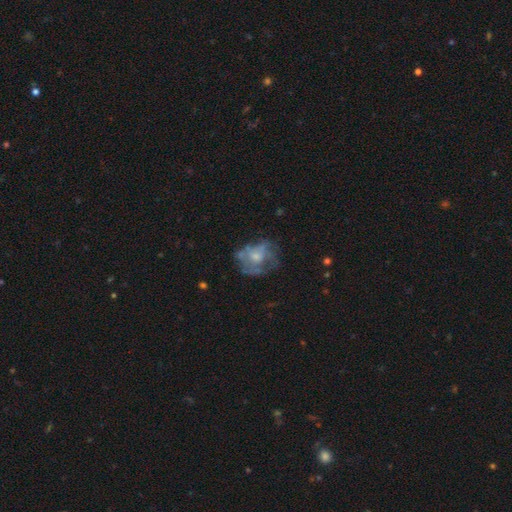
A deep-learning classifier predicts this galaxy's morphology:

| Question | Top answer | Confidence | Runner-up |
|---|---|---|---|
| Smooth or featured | featured or disk | 56% | smooth (34%) |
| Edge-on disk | no | 98% | yes (2%) |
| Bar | no | 85% | weak (13%) |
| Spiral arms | no | 65% | yes (35%) |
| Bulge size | small | 43% | moderate (41%) |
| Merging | none | 45% | major disturbance (29%) |